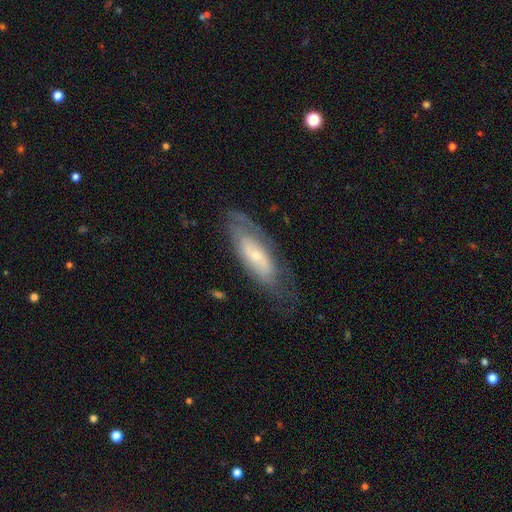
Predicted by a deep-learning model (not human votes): Smooth or featured?
  - featured or disk: 60% *
  - smooth: 33%
  - star or artifact: 7%
Edge-on disk?
  - no: 79% *
  - yes: 21%
Merging?
  - none: 61% *
  - minor disturbance: 24%
  - major disturbance: 13%
  - merger: 2%